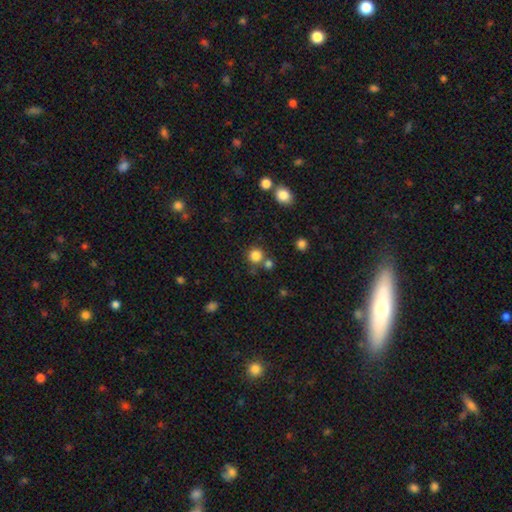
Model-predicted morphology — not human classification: Smooth or featured? Predicted: smooth (p=0.81). How rounded? Predicted: round (p=0.92). Merging? Predicted: none (p=0.71).